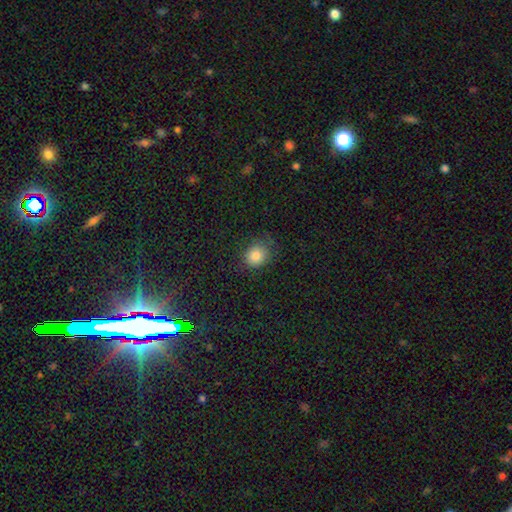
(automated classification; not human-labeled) A smooth galaxy with no disk features (82%) that is round (71%). Merging: none (74%).